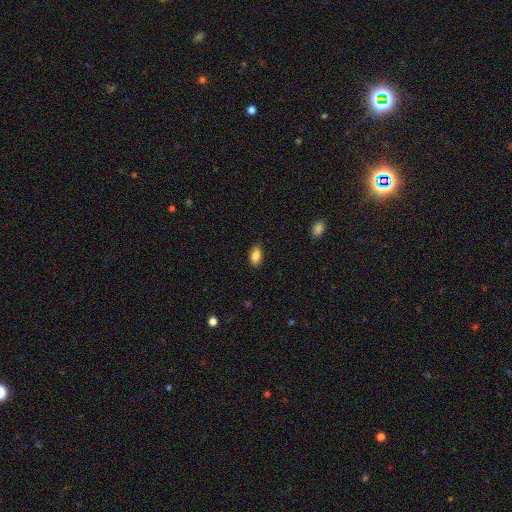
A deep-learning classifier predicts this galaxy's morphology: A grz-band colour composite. It shows a smooth galaxy with no disk features (86%) that is in between round and cigar-shaped (91%). Merging: none (82%).